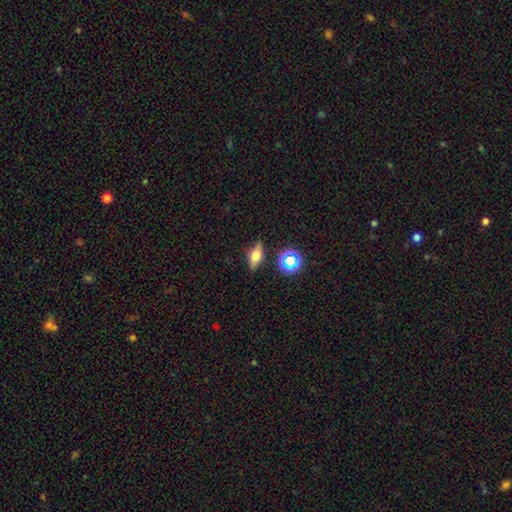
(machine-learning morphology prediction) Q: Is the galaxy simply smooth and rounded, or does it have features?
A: smooth — 54%.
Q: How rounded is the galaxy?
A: in between — 69%.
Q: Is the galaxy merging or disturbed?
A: none — 81%.